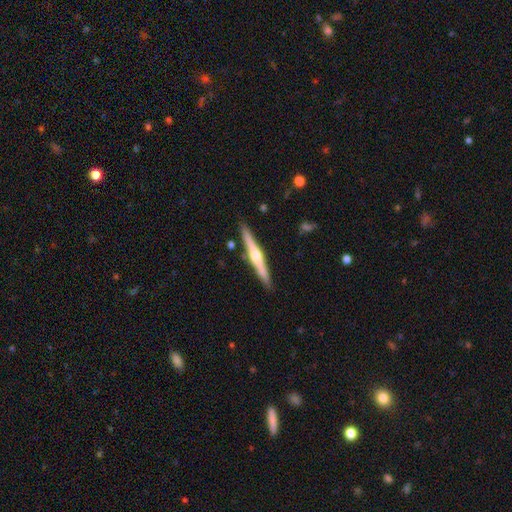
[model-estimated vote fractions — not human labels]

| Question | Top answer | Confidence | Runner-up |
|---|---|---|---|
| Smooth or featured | featured or disk | 71% | smooth (23%) |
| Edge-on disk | yes | 98% | no (2%) |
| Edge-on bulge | rounded | 89% | none (6%) |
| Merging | none | 89% | minor disturbance (7%) |